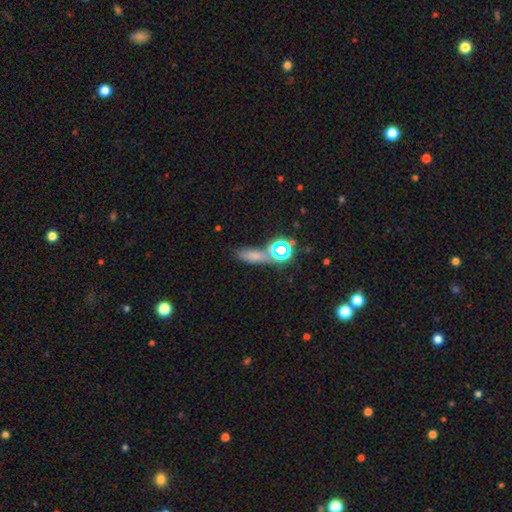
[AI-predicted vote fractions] A smooth galaxy with no disk features (58%) that is in between round and cigar-shaped (52%). Merging: none (59%).